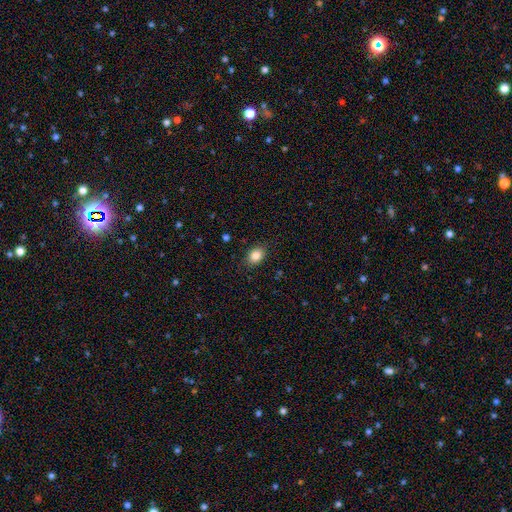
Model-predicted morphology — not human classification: smooth 85%, star or artifact 9%, featured or disk 6%. Down the decision tree: how rounded — in between (69%); merging — none (85%).